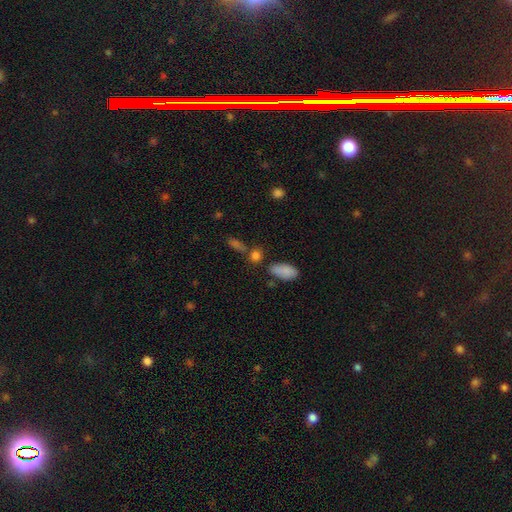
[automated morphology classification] Overall: smooth (73%). How rounded: in between (57%; round 27%). Merging: none (60%; merger 22%).